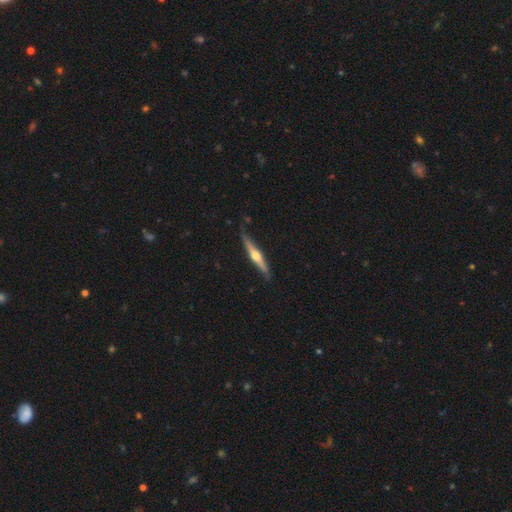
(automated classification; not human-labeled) Smooth or featured?
  - featured or disk: 68% *
  - smooth: 27%
  - star or artifact: 5%
Edge-on disk?
  - yes: 97% *
  - no: 3%
Edge-on bulge?
  - rounded: 93% *
  - none: 4%
  - boxy: 3%
Merging?
  - none: 79% *
  - minor disturbance: 16%
  - major disturbance: 3%
  - merger: 2%